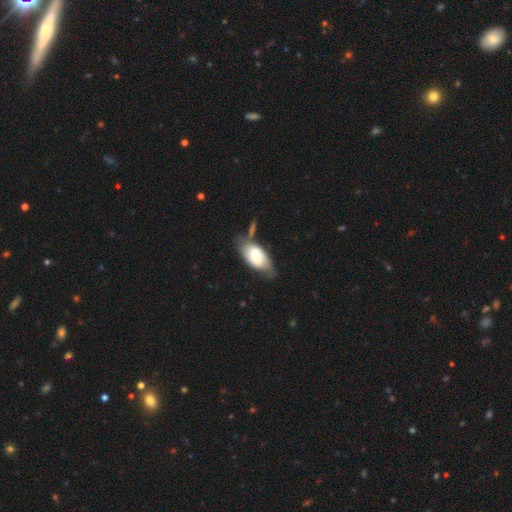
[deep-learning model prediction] Overall: smooth (55%; featured or disk 38%). How rounded: in between (90%). Merging: none (45%; minor disturbance 29%).